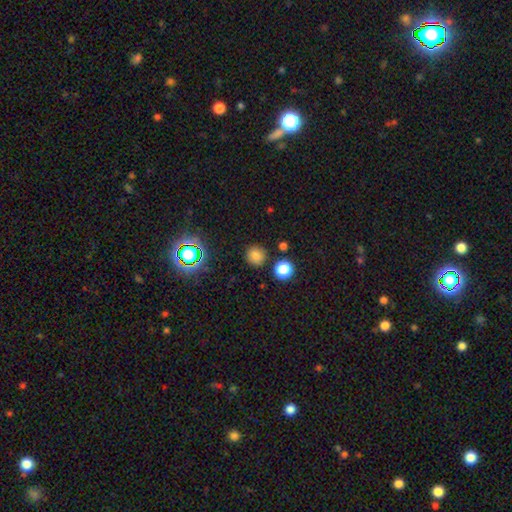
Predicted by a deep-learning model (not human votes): Smooth or featured: smooth — 77% (star or artifact — 18%)
How rounded: round — 91% (in between — 8%)
Merging: none — 86% (minor disturbance — 8%)